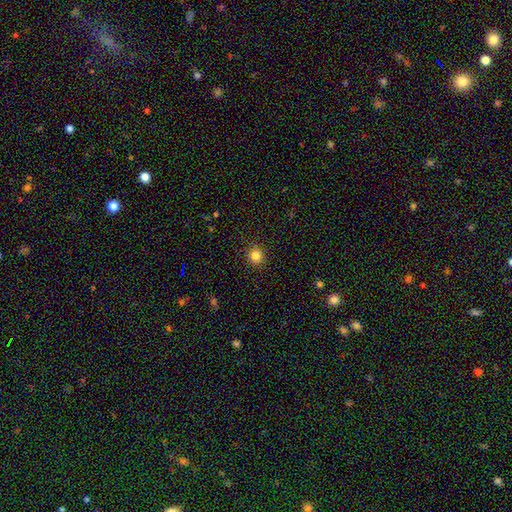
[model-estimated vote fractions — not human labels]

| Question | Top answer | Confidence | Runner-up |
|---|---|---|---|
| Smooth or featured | smooth | 83% | star or artifact (12%) |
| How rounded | round | 89% | in between (10%) |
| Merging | none | 91% | minor disturbance (6%) |